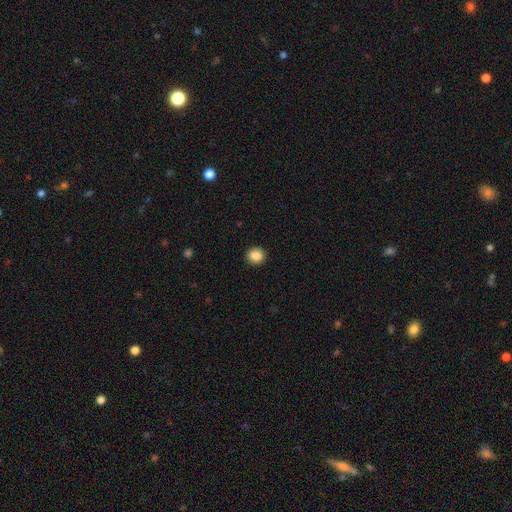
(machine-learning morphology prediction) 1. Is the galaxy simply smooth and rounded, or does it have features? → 87% smooth, 9% star or artifact, 4% featured or disk.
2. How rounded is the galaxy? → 82% round, 17% in between, 1% cigar-shaped.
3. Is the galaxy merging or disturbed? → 91% none, 6% minor disturbance, 2% major disturbance, 1% merger.